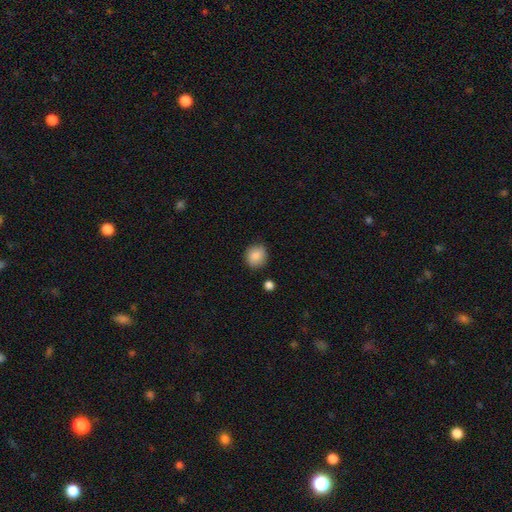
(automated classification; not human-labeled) This appears to be a smooth galaxy with no disk features (87%) that is round (82%). Merging: none (83%).